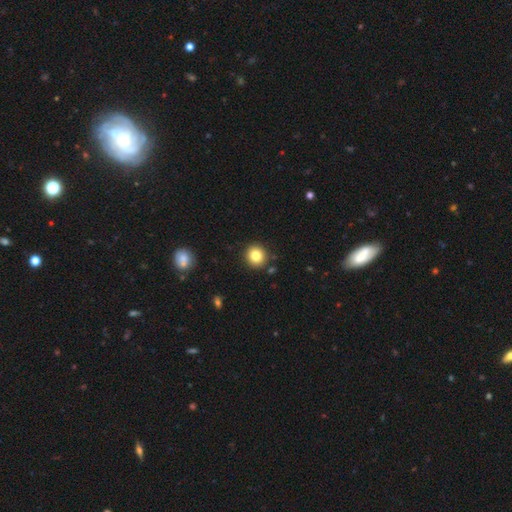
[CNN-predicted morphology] This appears to be a smooth galaxy with no disk features (81%) that is round (90%). Merging: none (89%).